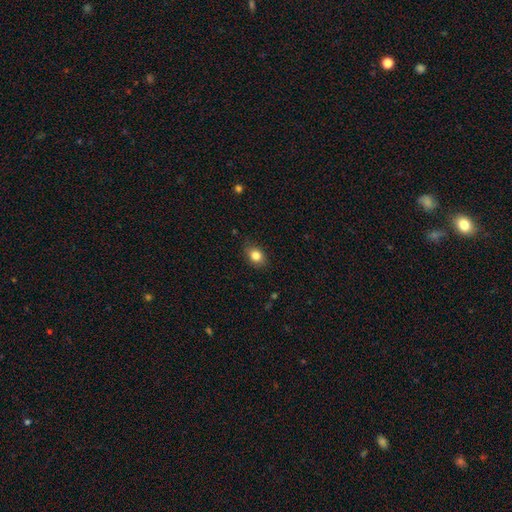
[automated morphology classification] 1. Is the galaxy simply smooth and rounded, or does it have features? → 83% smooth, 10% star or artifact, 7% featured or disk.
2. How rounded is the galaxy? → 62% in between, 36% round, 1% cigar-shaped.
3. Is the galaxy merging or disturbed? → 83% none, 13% minor disturbance, 3% major disturbance, 1% merger.